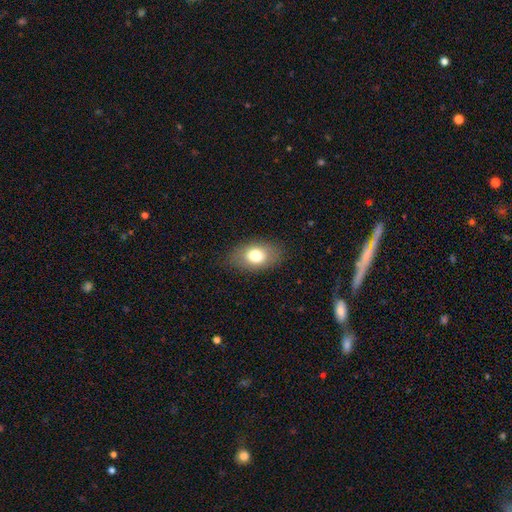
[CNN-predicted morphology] A smooth galaxy with no disk features (76%) that is in between round and cigar-shaped (84%). Merging: none (82%).